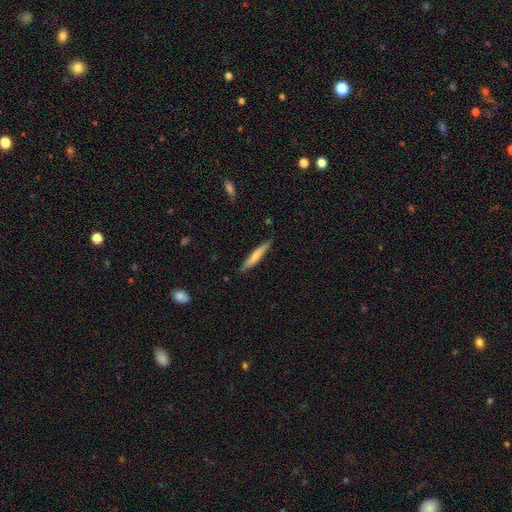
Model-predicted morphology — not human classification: Smooth or featured? Predicted: smooth (p=0.68). How rounded? Predicted: cigar-shaped (p=0.92). Merging? Predicted: none (p=0.86).